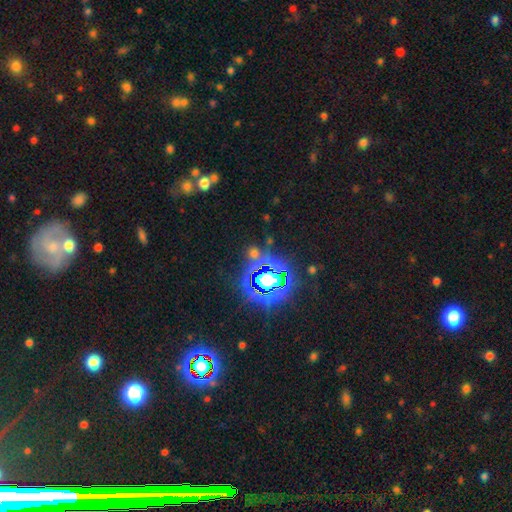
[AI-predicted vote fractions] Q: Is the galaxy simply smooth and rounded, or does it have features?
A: star or artifact — 75%.